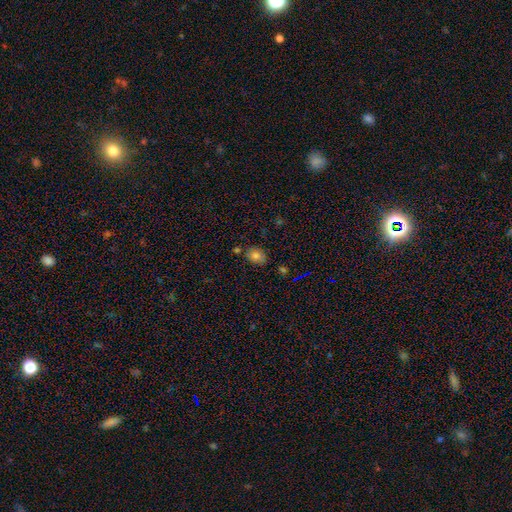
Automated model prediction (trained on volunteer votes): Q: Smooth or featured?
A: smooth (77%); runner-up: star or artifact (14%)
Q: How rounded?
A: in between (63%); runner-up: round (36%)
Q: Merging?
A: none (74%); runner-up: minor disturbance (17%)